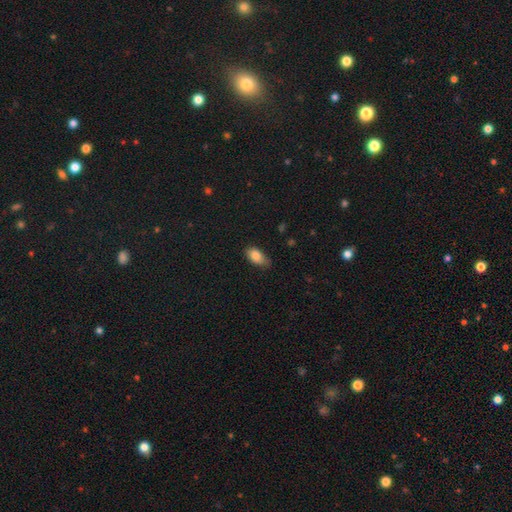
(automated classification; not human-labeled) Smooth or featured?
  - smooth: 83% *
  - featured or disk: 9%
  - star or artifact: 7%
How rounded?
  - in between: 91% *
  - round: 5%
  - cigar-shaped: 4%
Merging?
  - none: 65% *
  - minor disturbance: 29%
  - major disturbance: 4%
  - merger: 1%